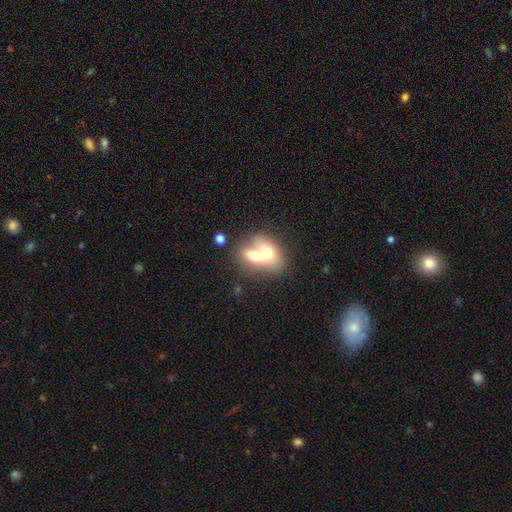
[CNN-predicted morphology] smooth 64%, featured or disk 28%, star or artifact 8%. Down the decision tree: how rounded — in between (67%); merging — merger (74%).